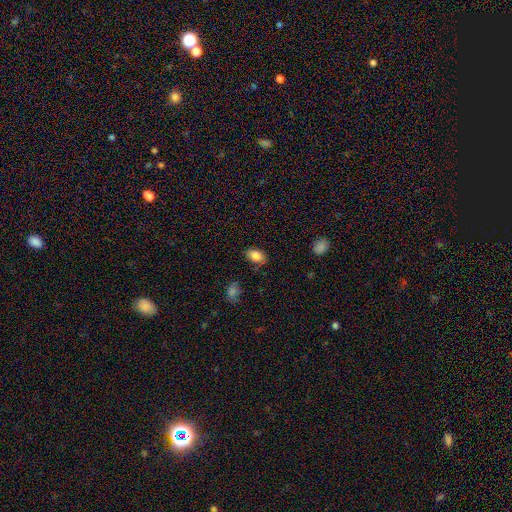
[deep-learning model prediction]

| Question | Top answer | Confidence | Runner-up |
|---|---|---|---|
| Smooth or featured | smooth | 85% | star or artifact (9%) |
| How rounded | in between | 87% | round (11%) |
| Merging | none | 81% | minor disturbance (14%) |